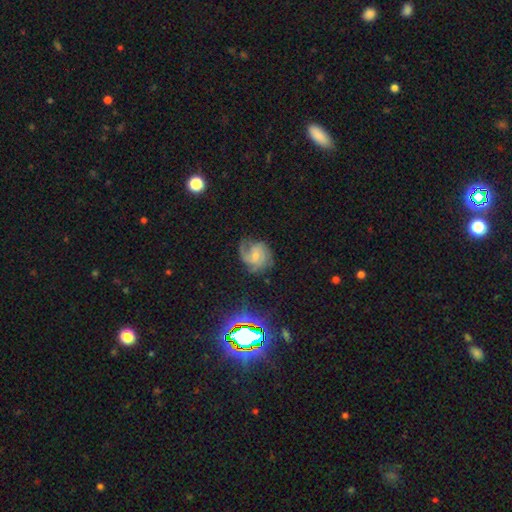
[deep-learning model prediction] Smooth or featured: featured or disk — 72% (smooth — 17%)
Edge-on disk: no — 98% (yes — 2%)
Bar: no — 61% (weak — 33%)
Spiral arms: yes — 93% (no — 7%)
Spiral winding: medium — 43% (tight — 40%)
Spiral arm count: 2 — 30% (can't tell — 26%)
Bulge size: small — 58% (moderate — 36%)
Merging: none — 61% (minor disturbance — 23%)